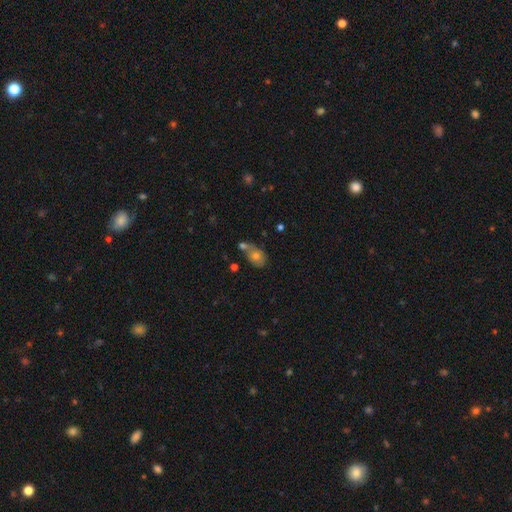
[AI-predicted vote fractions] Q: Smooth or featured?
A: smooth (66%); runner-up: featured or disk (21%)
Q: How rounded?
A: in between (61%); runner-up: round (37%)
Q: Merging?
A: none (43%); runner-up: merger (35%)